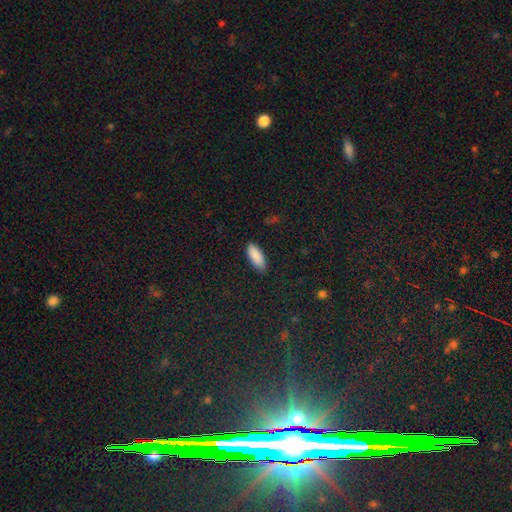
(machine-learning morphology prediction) Smooth or featured?
  - smooth: 90% *
  - star or artifact: 6%
  - featured or disk: 4%
How rounded?
  - in between: 78% *
  - cigar-shaped: 20%
  - round: 2%
Merging?
  - none: 88% *
  - minor disturbance: 9%
  - major disturbance: 2%
  - merger: 1%